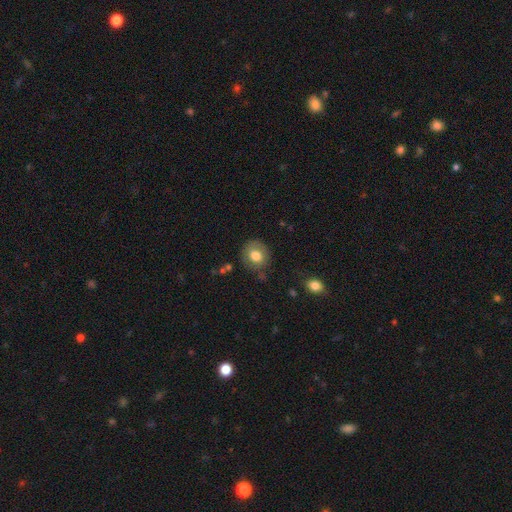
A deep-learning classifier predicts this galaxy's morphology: Smooth or featured?
  - smooth: 76% *
  - featured or disk: 15%
  - star or artifact: 9%
How rounded?
  - round: 76% *
  - in between: 23%
  - cigar-shaped: 1%
Merging?
  - none: 78% *
  - minor disturbance: 16%
  - major disturbance: 4%
  - merger: 3%